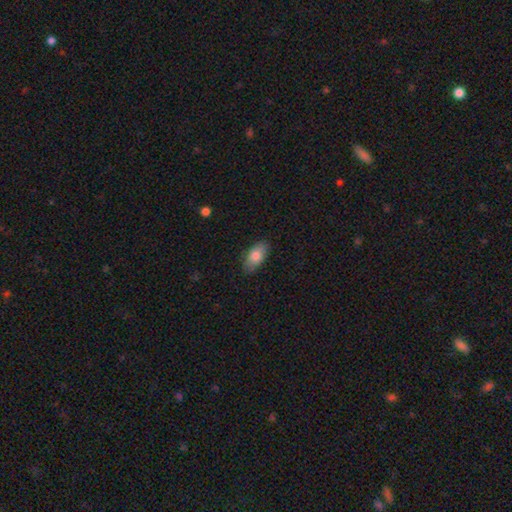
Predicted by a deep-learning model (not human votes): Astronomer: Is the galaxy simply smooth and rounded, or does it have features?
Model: smooth — 81%.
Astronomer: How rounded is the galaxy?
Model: in between — 91%.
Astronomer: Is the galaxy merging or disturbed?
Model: none — 83%.